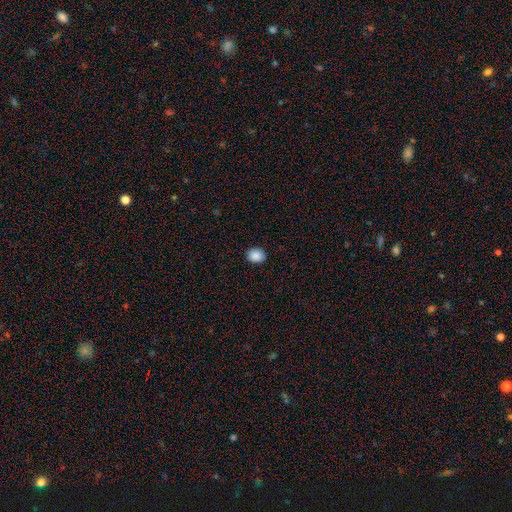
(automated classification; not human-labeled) Smooth or featured? smooth (89%)
How rounded? round (57%)
Merging? none (89%)